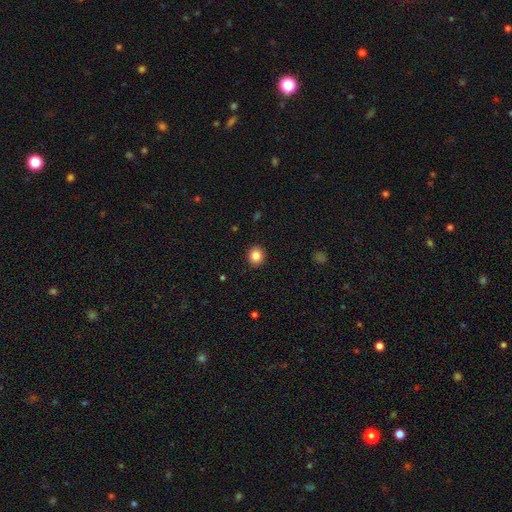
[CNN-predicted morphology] Smooth or featured? Predicted: smooth (p=0.86). How rounded? Predicted: round (p=0.83). Merging? Predicted: none (p=0.92).